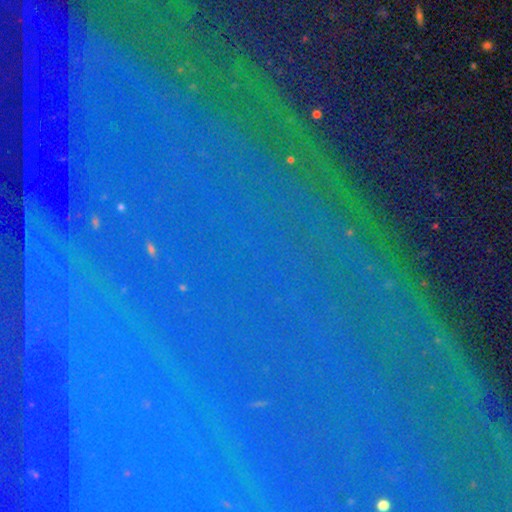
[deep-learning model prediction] Q: Smooth or featured?
A: star or artifact (85%); runner-up: smooth (7%)